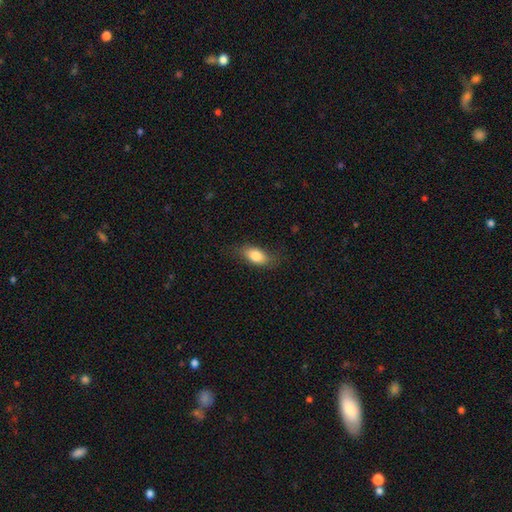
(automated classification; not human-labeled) Smooth or featured? Predicted: smooth (p=0.82). How rounded? Predicted: in between (p=0.88). Merging? Predicted: none (p=0.76).